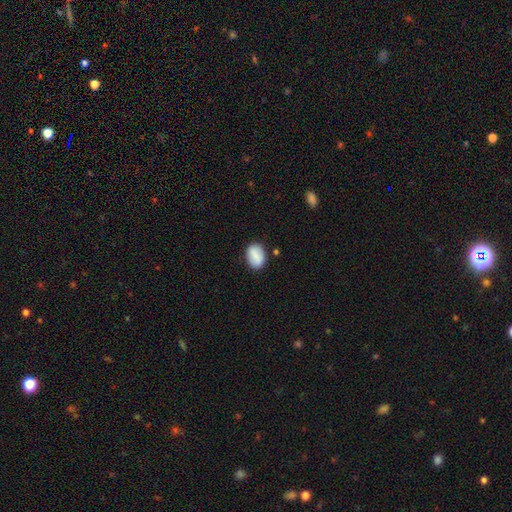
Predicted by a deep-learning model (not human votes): Smooth or featured? Predicted: smooth (p=0.85). How rounded? Predicted: in between (p=0.81). Merging? Predicted: none (p=0.81).